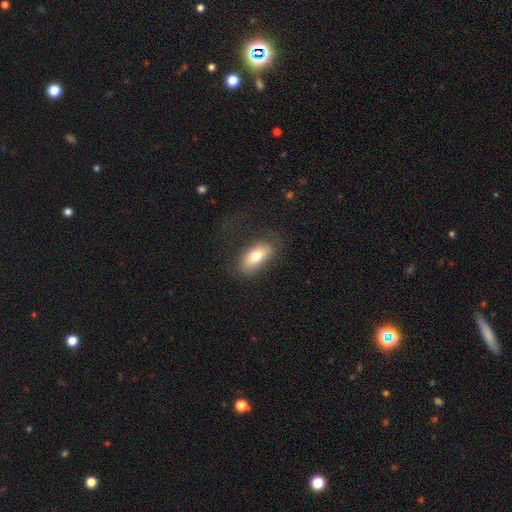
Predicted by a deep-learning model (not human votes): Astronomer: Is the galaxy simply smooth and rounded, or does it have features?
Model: smooth — 73%.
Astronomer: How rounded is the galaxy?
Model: in between — 89%.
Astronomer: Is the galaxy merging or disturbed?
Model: none — 70%.